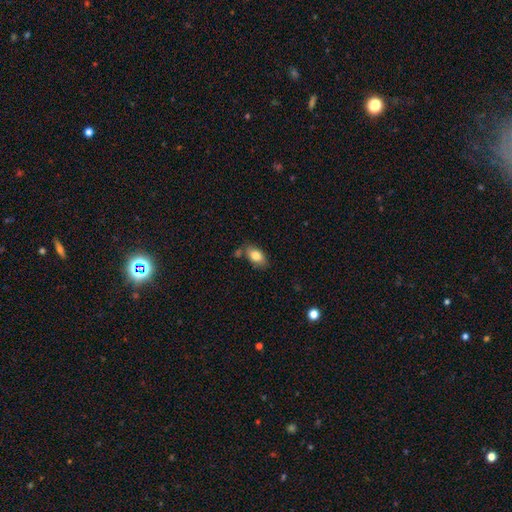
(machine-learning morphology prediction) The model was most divided on "merging": none: 69%, minor disturbance: 17%, merger: 11%, major disturbance: 4%. More confident: how rounded — in between (90%); smooth or featured — smooth (81%).